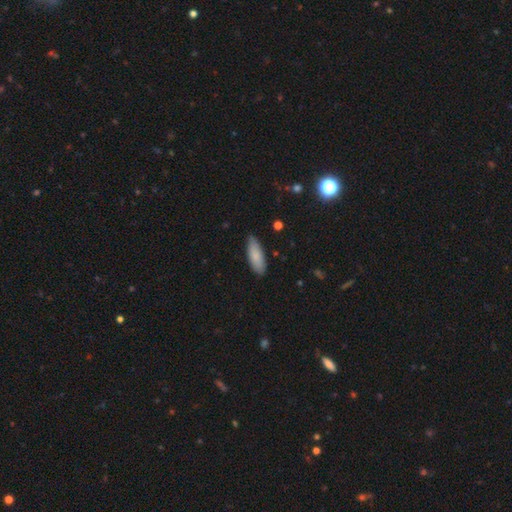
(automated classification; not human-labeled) Overall: smooth (84%). How rounded: in between (64%; cigar-shaped 35%). Merging: none (82%).